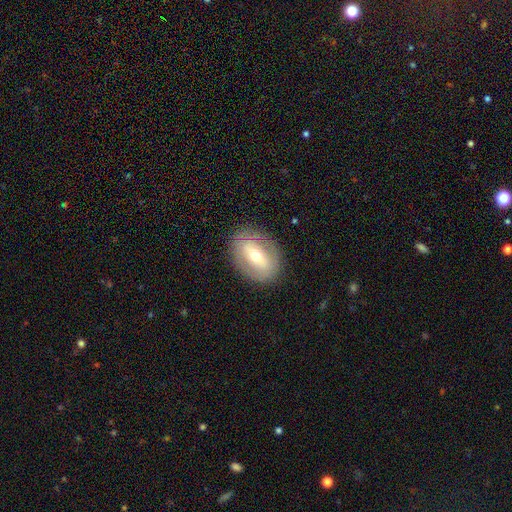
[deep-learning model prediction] Smooth or featured? Predicted: featured or disk (p=0.52). Edge-on disk? Predicted: no (p=0.86). Merging? Predicted: none (p=0.83).